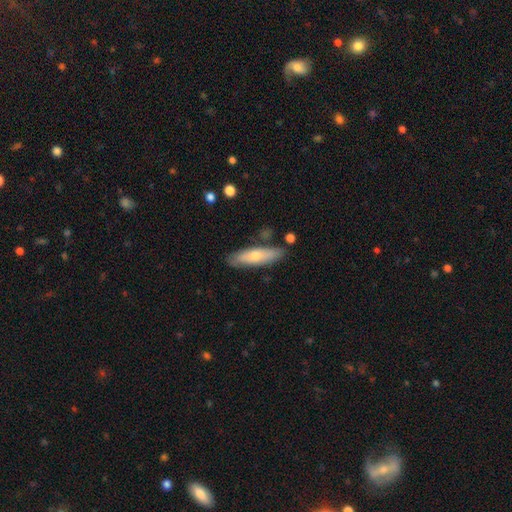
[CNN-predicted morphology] The model was most divided on "how rounded": cigar-shaped: 63%, in between: 35%, round: 2%. More confident: merging — none (81%); smooth or featured — smooth (62%).